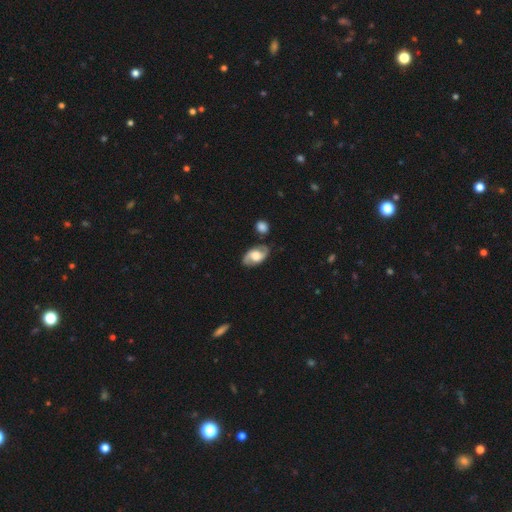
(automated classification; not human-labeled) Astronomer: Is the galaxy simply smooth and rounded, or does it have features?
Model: featured or disk — 72%.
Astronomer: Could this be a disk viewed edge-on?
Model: no — 95%.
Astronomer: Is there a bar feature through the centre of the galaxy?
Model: no — 54% (runner-up: weak, 36%).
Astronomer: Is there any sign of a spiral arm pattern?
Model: yes — 91%.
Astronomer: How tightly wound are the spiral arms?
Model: medium — 49% (runner-up: loose, 29%).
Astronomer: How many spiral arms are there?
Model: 2 — 91%.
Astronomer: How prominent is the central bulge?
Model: large — 46% (runner-up: moderate, 33%).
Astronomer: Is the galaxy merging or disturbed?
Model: none — 77%.